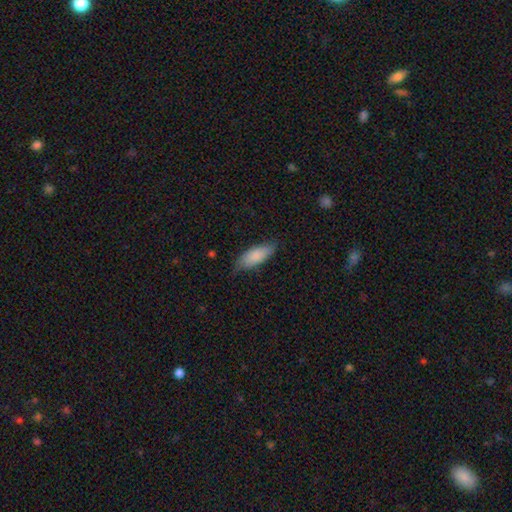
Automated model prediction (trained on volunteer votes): Smooth or featured? smooth (83%)
How rounded? in between (77%)
Merging? none (71%)